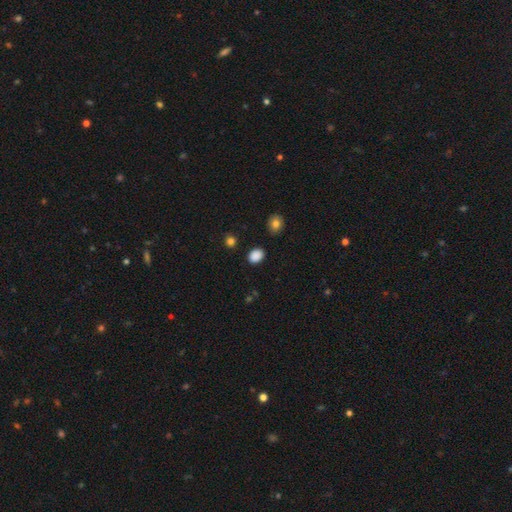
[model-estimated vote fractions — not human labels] smooth_or_featured: smooth (p=0.87) [alt: star or artifact p=0.10]
how_rounded: in between (p=0.63) [alt: round p=0.36]
merging: none (p=0.87) [alt: minor disturbance p=0.09]